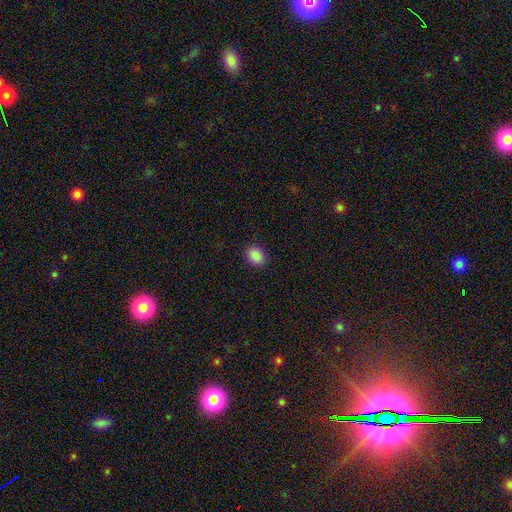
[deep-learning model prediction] A smooth galaxy with no disk features (89%) that is in between round and cigar-shaped (62%).

Vote fractions:
- Smooth or featured? smooth: 89% / star or artifact: 9% / featured or disk: 2%
- How rounded? in between: 62% / round: 37% / cigar-shaped: 1%
- Merging? none: 89% / minor disturbance: 7% / major disturbance: 2% / merger: 1%